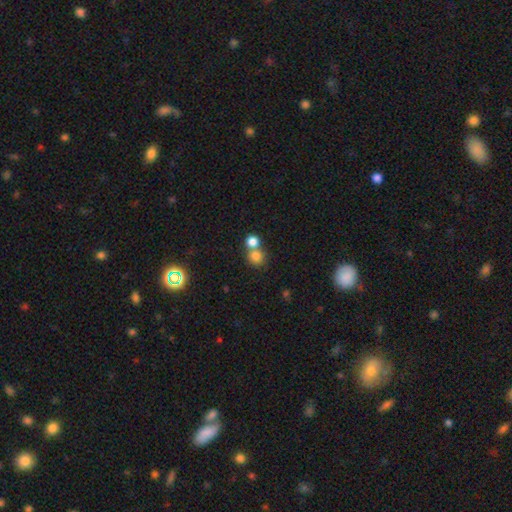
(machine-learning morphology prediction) Q: Smooth or featured?
A: smooth (78%); runner-up: star or artifact (13%)
Q: How rounded?
A: round (86%); runner-up: in between (13%)
Q: Merging?
A: none (48%); runner-up: merger (42%)